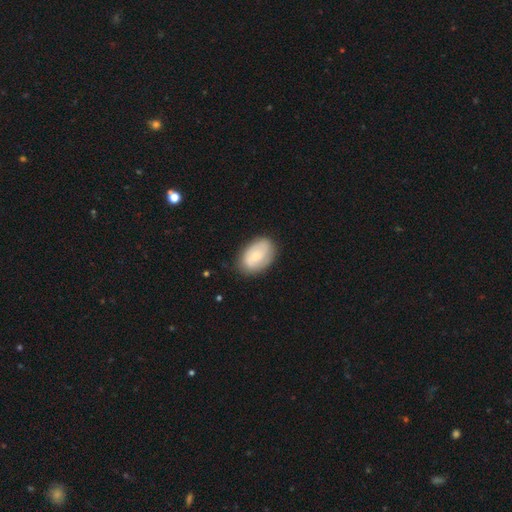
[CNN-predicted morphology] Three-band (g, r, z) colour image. It shows a smooth galaxy with no disk features (68%) that is in between round and cigar-shaped (90%). Merging: none (78%).